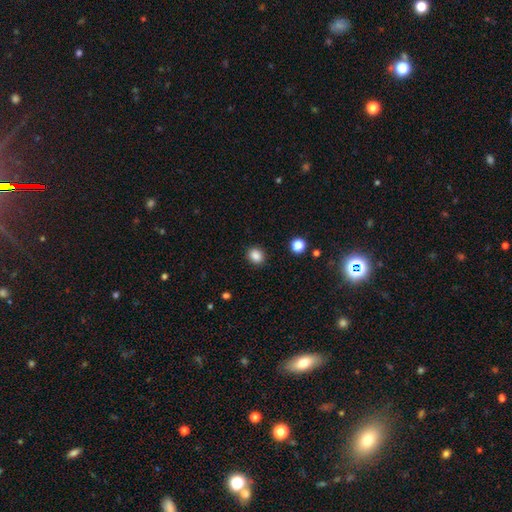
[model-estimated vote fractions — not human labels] This appears to be a smooth galaxy with no disk features (86%) that is round (70%). Merging: none (90%).